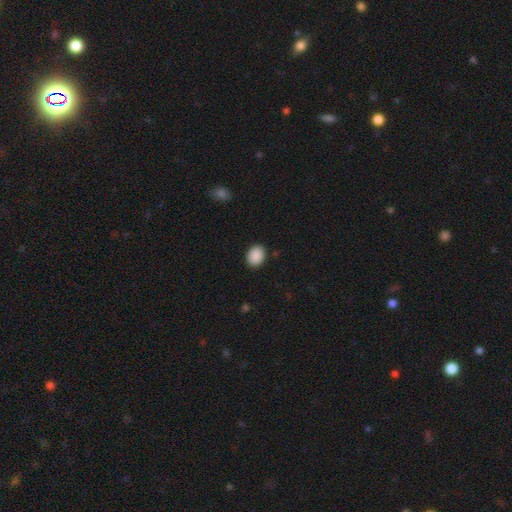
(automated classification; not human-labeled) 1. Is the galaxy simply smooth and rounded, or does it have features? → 90% smooth, 8% star or artifact, 2% featured or disk.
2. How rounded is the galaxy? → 67% in between, 33% round, 1% cigar-shaped.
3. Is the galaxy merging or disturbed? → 90% none, 7% minor disturbance, 2% major disturbance, 1% merger.